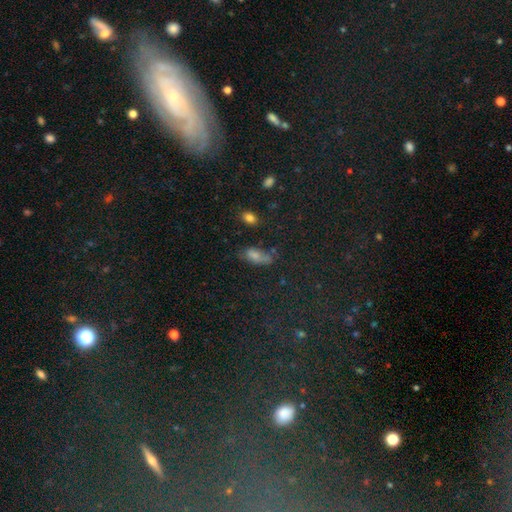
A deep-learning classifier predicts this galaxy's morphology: A smooth galaxy with no disk features (71%) that is in between round and cigar-shaped (81%).

Vote fractions:
- Smooth or featured? smooth: 71% / star or artifact: 15% / featured or disk: 14%
- How rounded? in between: 81% / cigar-shaped: 14% / round: 5%
- Merging? none: 48% / minor disturbance: 30% / major disturbance: 15% / merger: 8%